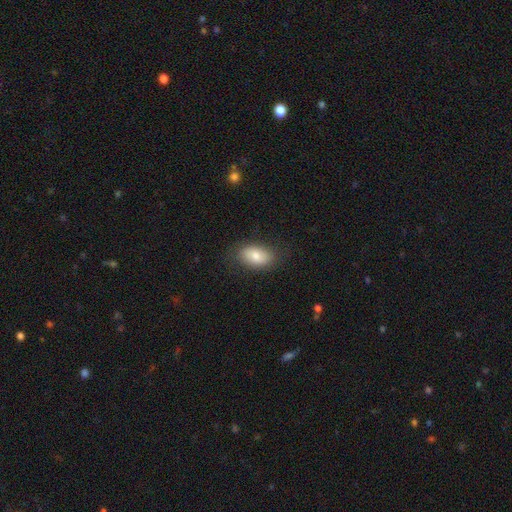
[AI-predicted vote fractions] Smooth or featured? Predicted: smooth (p=0.79). How rounded? Predicted: in between (p=0.90). Merging? Predicted: none (p=0.81).